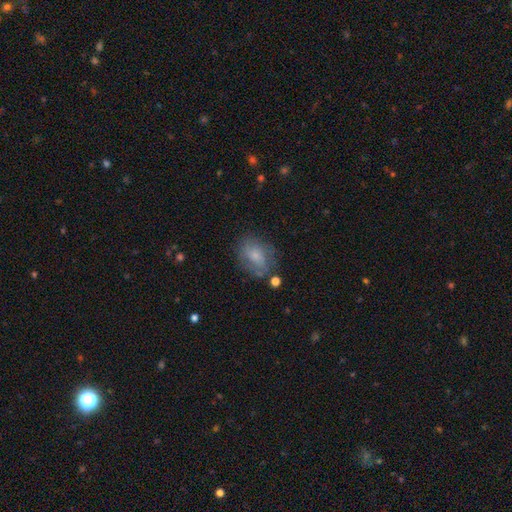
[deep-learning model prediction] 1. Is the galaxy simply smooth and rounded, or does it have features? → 59% smooth, 32% featured or disk, 9% star or artifact.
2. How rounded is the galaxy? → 69% in between, 29% round, 2% cigar-shaped.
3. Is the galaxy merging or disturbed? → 65% none, 22% minor disturbance, 9% major disturbance, 4% merger.